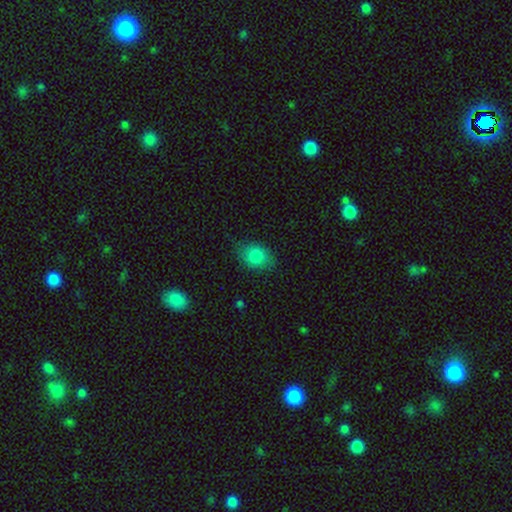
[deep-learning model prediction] Smooth or featured: smooth — 85% (star or artifact — 8%)
How rounded: in between — 60% (round — 39%)
Merging: none — 74% (minor disturbance — 20%)